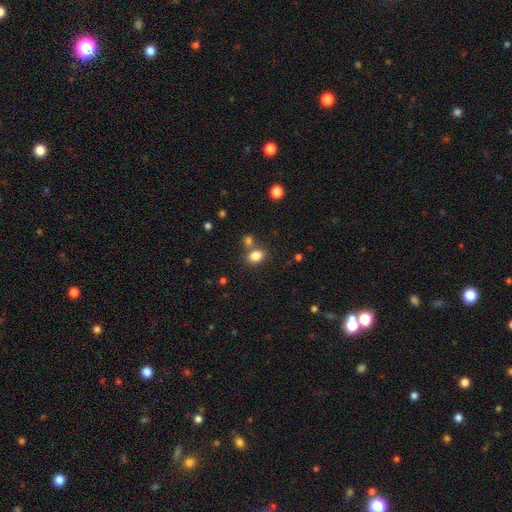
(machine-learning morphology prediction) type=smooth (83%); roundness=in between (64%); merging=none (64%).